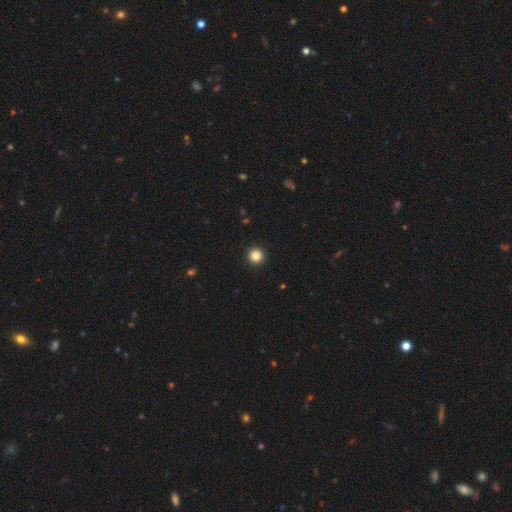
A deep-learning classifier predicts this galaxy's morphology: This appears to be a smooth galaxy with no disk features (85%) that is round (96%). Merging: none (94%).